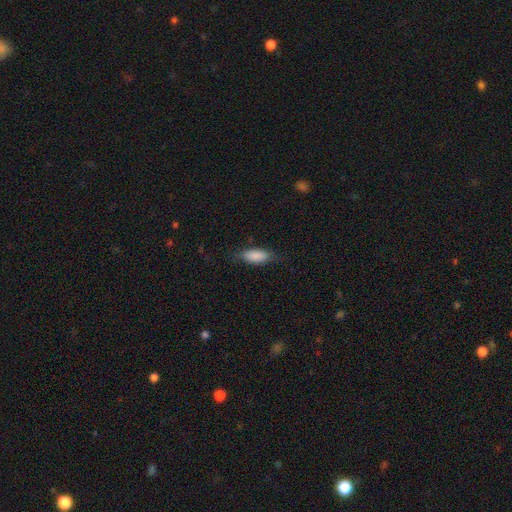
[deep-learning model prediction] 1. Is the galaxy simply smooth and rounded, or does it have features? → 85% smooth, 8% featured or disk, 7% star or artifact.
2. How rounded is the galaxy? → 81% in between, 17% cigar-shaped, 2% round.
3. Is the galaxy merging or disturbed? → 74% none, 19% minor disturbance, 6% major disturbance, 1% merger.